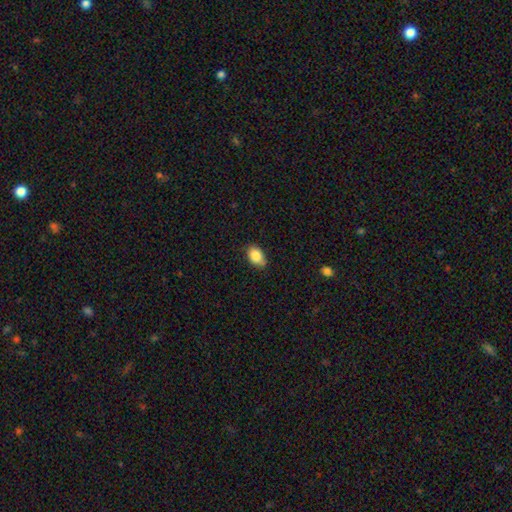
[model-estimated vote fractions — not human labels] Smooth or featured? Predicted: smooth (p=0.86). How rounded? Predicted: in between (p=0.86). Merging? Predicted: none (p=0.79).